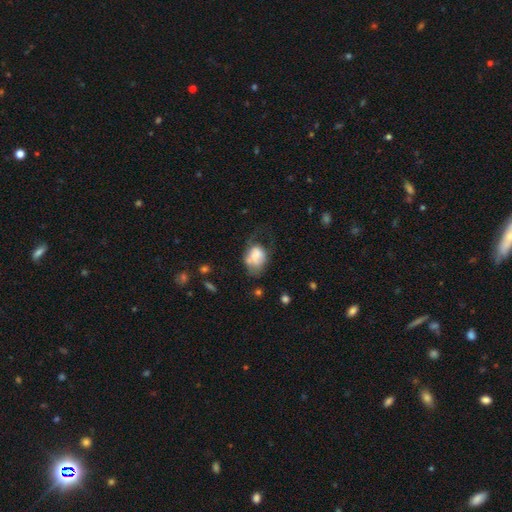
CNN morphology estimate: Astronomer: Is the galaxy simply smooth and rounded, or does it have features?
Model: smooth — 64%.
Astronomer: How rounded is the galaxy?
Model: in between — 68%.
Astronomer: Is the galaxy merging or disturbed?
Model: major disturbance — 37% (runner-up: minor disturbance, 26%).